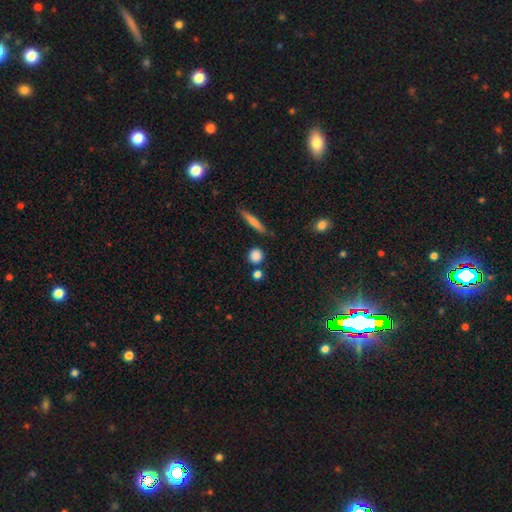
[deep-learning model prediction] A smooth galaxy with no disk features (84%) that is round (85%).

Vote fractions:
- Smooth or featured? smooth: 84% / star or artifact: 10% / featured or disk: 6%
- How rounded? round: 85% / in between: 10% / cigar-shaped: 5%
- Merging? none: 80% / minor disturbance: 9% / merger: 8% / major disturbance: 3%